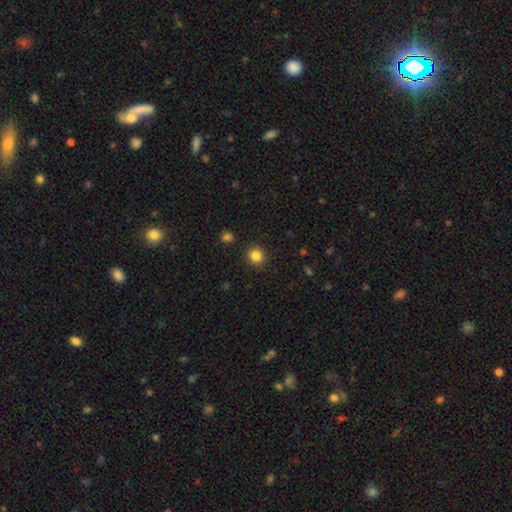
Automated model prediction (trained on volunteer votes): Smooth or featured? Predicted: smooth (p=0.84). How rounded? Predicted: round (p=0.90). Merging? Predicted: none (p=0.91).